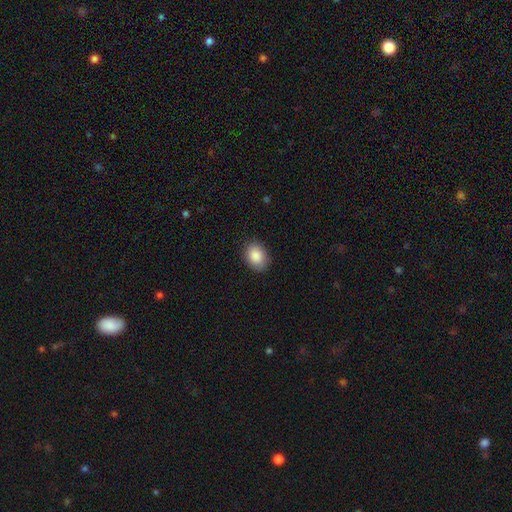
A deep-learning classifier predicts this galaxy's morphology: Smooth or featured?
  - smooth: 88% *
  - star or artifact: 7%
  - featured or disk: 5%
How rounded?
  - in between: 70% *
  - round: 29%
  - cigar-shaped: 1%
Merging?
  - none: 87% *
  - minor disturbance: 9%
  - major disturbance: 2%
  - merger: 1%